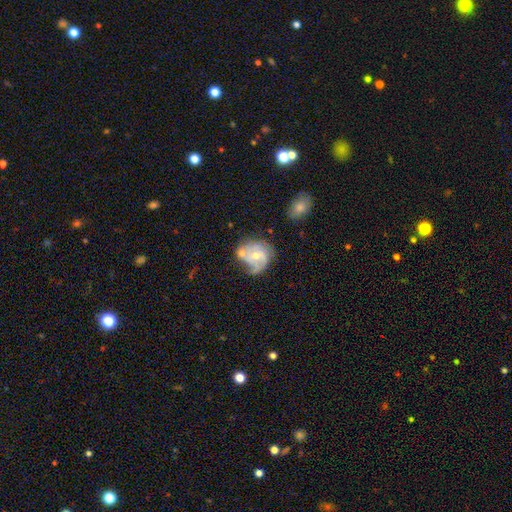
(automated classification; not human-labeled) featured or disk 62%, smooth 30%, star or artifact 8%. Down the decision tree: edge-on disk — no (97%); bar — no (73%); spiral arms — yes (67%); bulge size — moderate (50%); merging — none (30%).